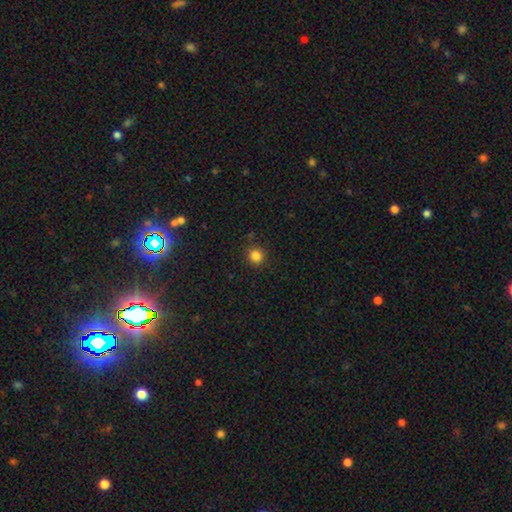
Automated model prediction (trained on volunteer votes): Smooth or featured: smooth — 83% (star or artifact — 13%)
How rounded: round — 91% (in between — 8%)
Merging: none — 90% (minor disturbance — 7%)